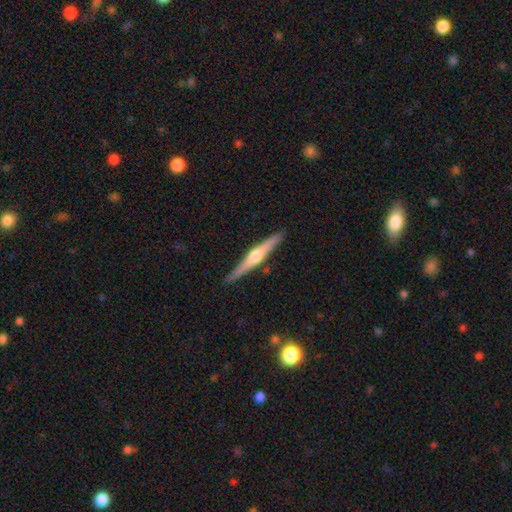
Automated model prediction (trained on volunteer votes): This appears to be a featured or disk galaxy (71%) viewed edge-on (98%) with a rounded central bulge (90%). Merging: none (89%).